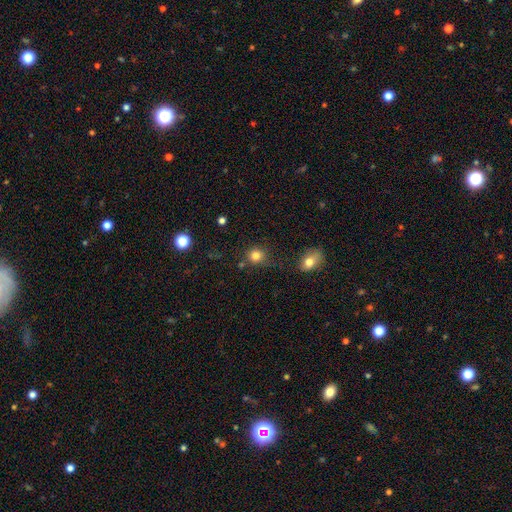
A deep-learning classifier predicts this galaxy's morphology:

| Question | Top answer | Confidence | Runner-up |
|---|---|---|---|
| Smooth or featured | smooth | 82% | star or artifact (12%) |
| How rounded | round | 86% | in between (13%) |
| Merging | none | 74% | minor disturbance (14%) |